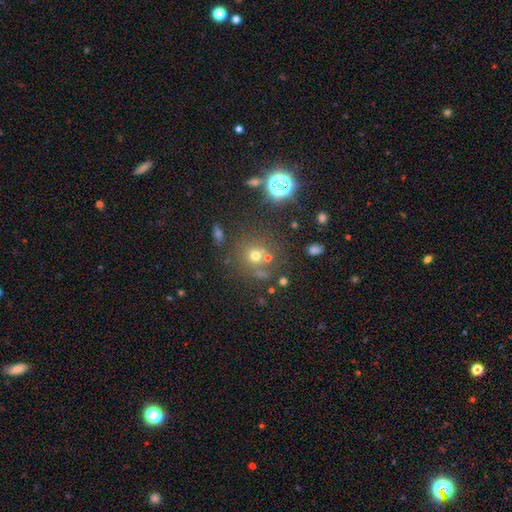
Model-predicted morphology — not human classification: This appears to be a smooth galaxy with no disk features (62%) that is round (88%). Merging: none (67%).